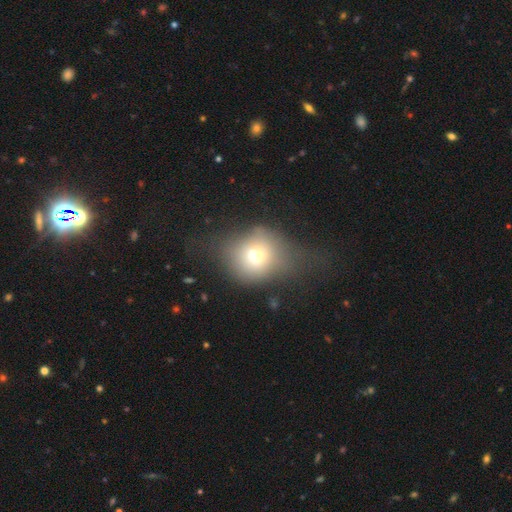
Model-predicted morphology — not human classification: Smooth or featured: smooth — 65% (featured or disk — 20%)
How rounded: round — 70% (in between — 28%)
Merging: none — 46% (minor disturbance — 26%)